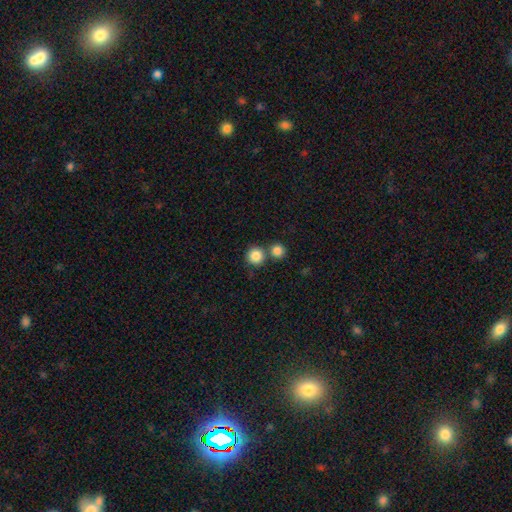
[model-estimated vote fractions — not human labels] smooth-or-featured: smooth: 85% | star or artifact: 9% | featured or disk: 5%
  how-rounded: round: 93% | in between: 6% | cigar-shaped: 1%
  merging: none: 65% | merger: 25% | minor disturbance: 7% | major disturbance: 3%